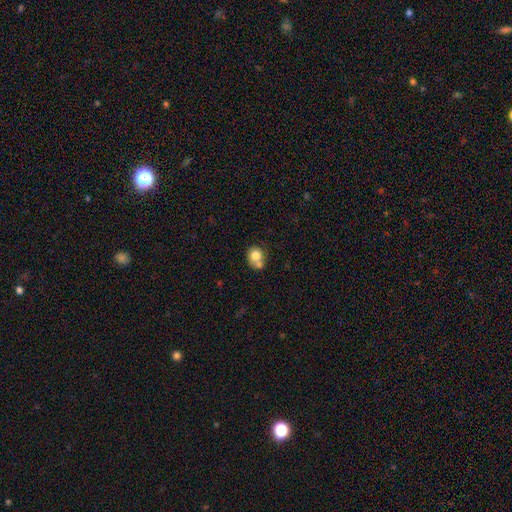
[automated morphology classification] Smooth or featured?
  - smooth: 76% *
  - featured or disk: 15%
  - star or artifact: 9%
How rounded?
  - round: 71% *
  - in between: 28%
  - cigar-shaped: 1%
Merging?
  - merger: 41% *
  - none: 40%
  - minor disturbance: 14%
  - major disturbance: 5%